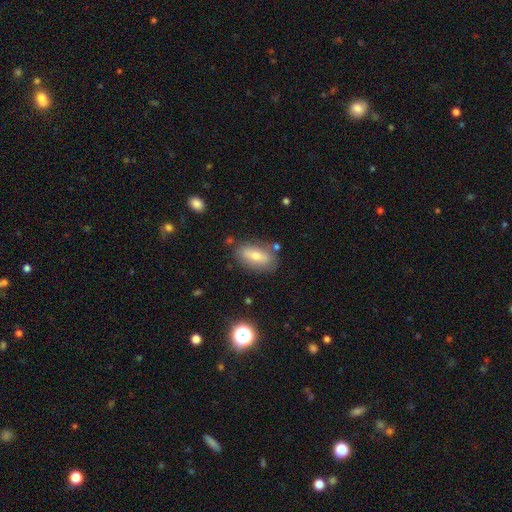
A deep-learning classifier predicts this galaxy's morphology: Overall: smooth (64%; featured or disk 28%). How rounded: in between (84%). Merging: none (76%).